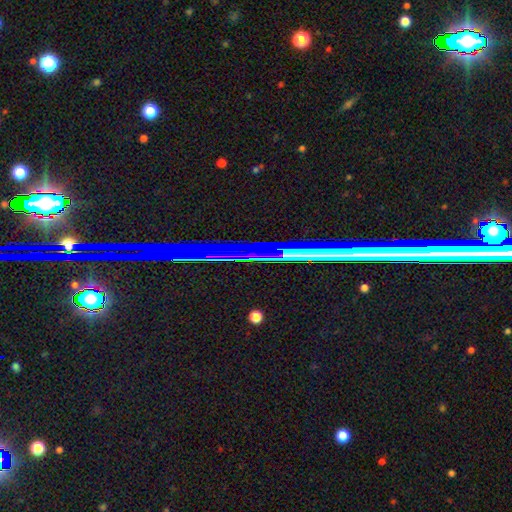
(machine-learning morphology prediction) smooth-or-featured: star or artifact: 72% | featured or disk: 19% | smooth: 10%